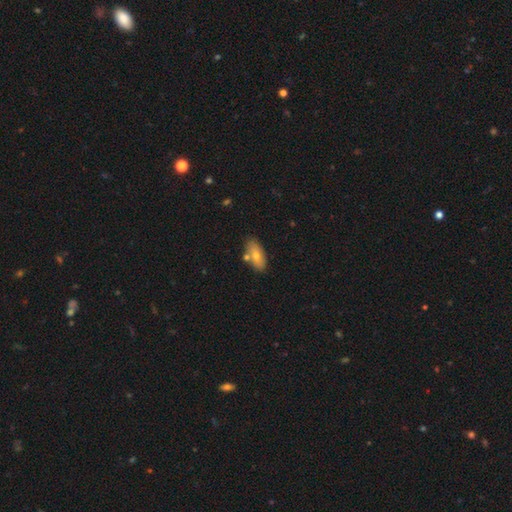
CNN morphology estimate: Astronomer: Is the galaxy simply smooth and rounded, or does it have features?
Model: smooth — 72%.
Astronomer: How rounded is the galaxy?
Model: in between — 84%.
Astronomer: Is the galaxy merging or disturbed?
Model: none — 73%.